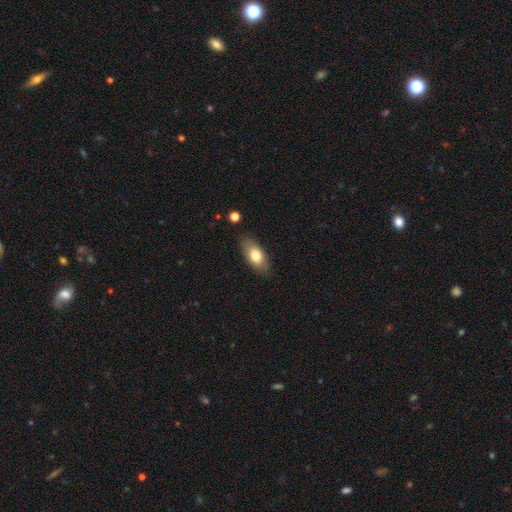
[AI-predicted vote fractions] Overall: smooth (76%). How rounded: in between (88%). Merging: none (83%).